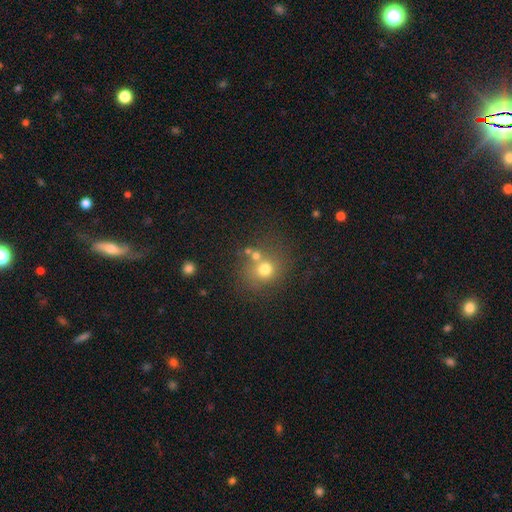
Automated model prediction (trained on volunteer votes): Morphology: type=smooth (69%); roundness=round (81%); merging=none (60%).